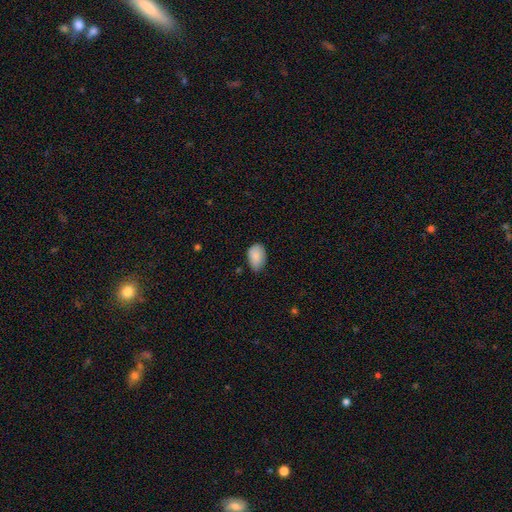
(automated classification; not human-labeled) Smooth or featured?
  - smooth: 87% *
  - star or artifact: 7%
  - featured or disk: 6%
How rounded?
  - in between: 88% *
  - round: 11%
  - cigar-shaped: 1%
Merging?
  - none: 57% *
  - minor disturbance: 36%
  - major disturbance: 5%
  - merger: 2%